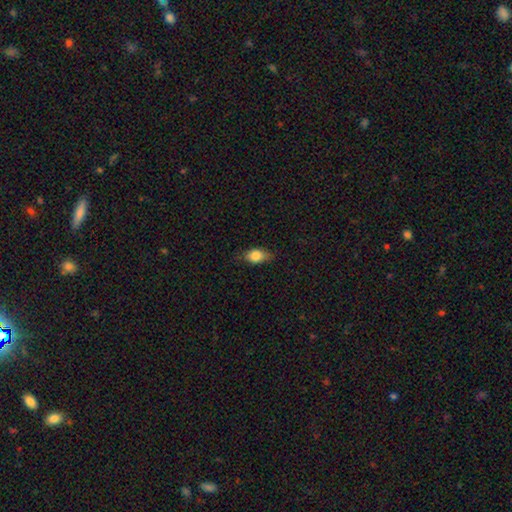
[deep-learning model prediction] smooth-or-featured: smooth: 79% | featured or disk: 13% | star or artifact: 8%
  how-rounded: in between: 79% | round: 15% | cigar-shaped: 6%
  merging: none: 72% | minor disturbance: 22% | major disturbance: 4% | merger: 1%